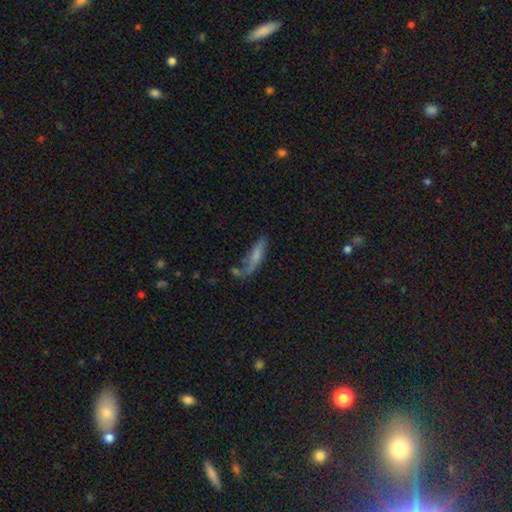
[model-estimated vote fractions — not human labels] smooth 60%, featured or disk 31%, star or artifact 9%. Down the decision tree: how rounded — cigar-shaped (67%); merging — none (43%).